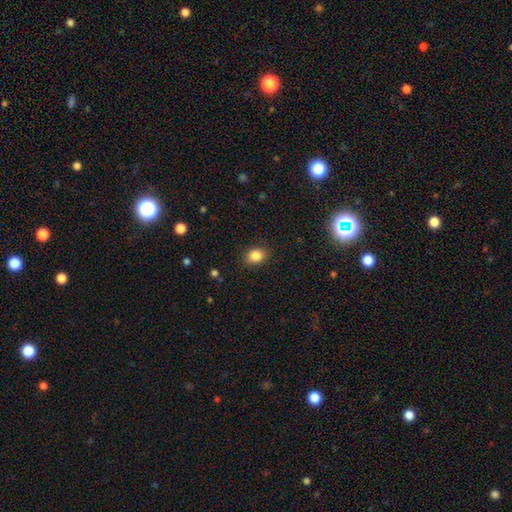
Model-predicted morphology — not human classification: Q: Smooth or featured?
A: smooth (85%); runner-up: star or artifact (10%)
Q: How rounded?
A: in between (60%); runner-up: round (38%)
Q: Merging?
A: none (86%); runner-up: minor disturbance (10%)